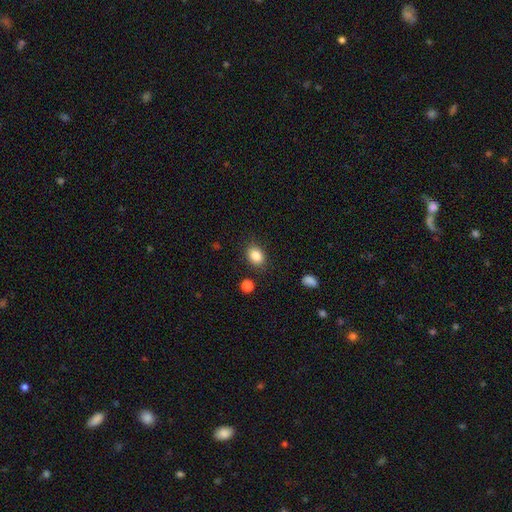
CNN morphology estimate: smooth-or-featured: smooth: 85% | star or artifact: 9% | featured or disk: 6%
  how-rounded: in between: 65% | round: 34% | cigar-shaped: 1%
  merging: none: 83% | minor disturbance: 11% | major disturbance: 3% | merger: 3%